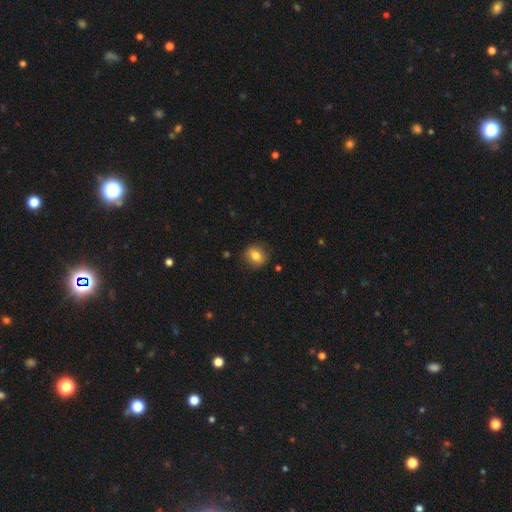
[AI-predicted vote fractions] This appears to be a smooth galaxy with no disk features (76%) that is round (72%). Merging: none (86%).